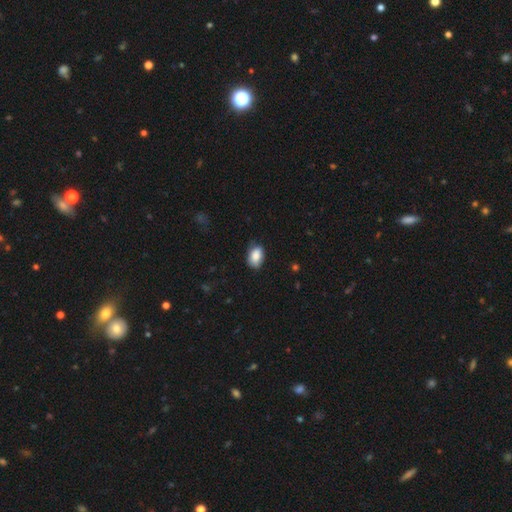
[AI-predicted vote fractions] Smooth or featured?
  - smooth: 85% *
  - featured or disk: 8%
  - star or artifact: 7%
How rounded?
  - in between: 88% *
  - round: 11%
  - cigar-shaped: 1%
Merging?
  - none: 67% *
  - minor disturbance: 26%
  - major disturbance: 5%
  - merger: 1%